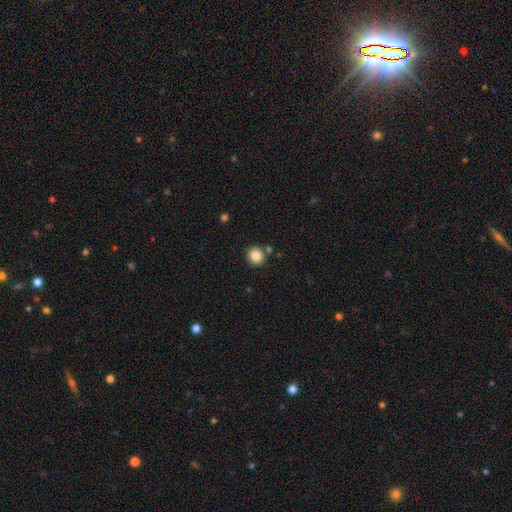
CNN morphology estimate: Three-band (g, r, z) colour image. It shows a smooth galaxy with no disk features (84%) that is round (90%). Merging: none (85%).